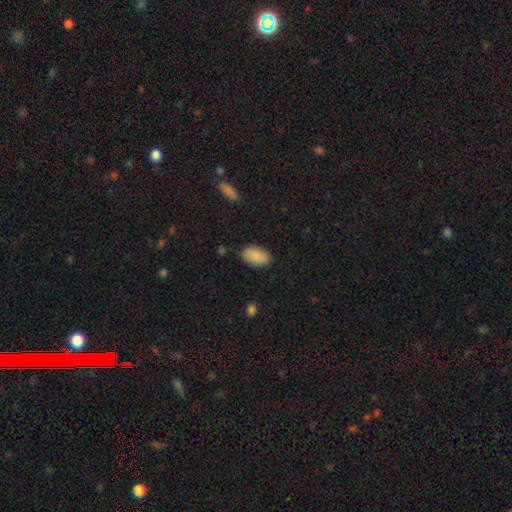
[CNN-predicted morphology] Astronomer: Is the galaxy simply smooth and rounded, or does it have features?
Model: smooth — 88%.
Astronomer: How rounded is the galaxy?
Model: in between — 94%.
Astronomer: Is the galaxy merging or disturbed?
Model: none — 84%.